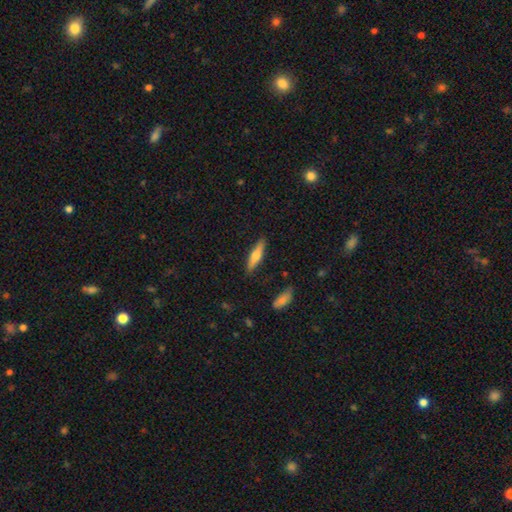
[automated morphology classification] The model was most divided on "smooth or featured": smooth: 50%, featured or disk: 44%, star or artifact: 6%. More confident: merging — none (87%).